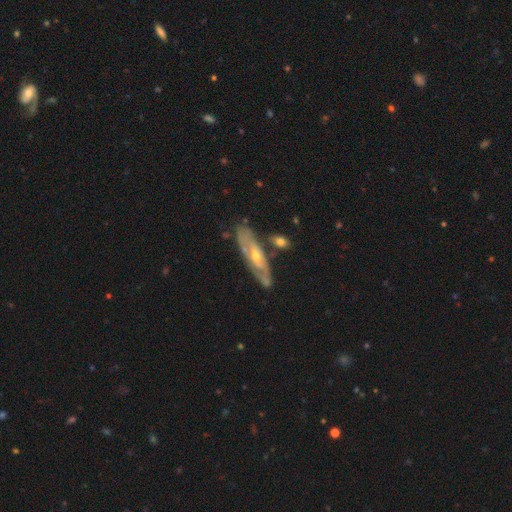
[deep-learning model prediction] Morphology: type=featured or disk (74%); edge-on=no (70%); bar=no (58%); spiral arms=yes (67%); bulge=small (51%); merging=none (72%).